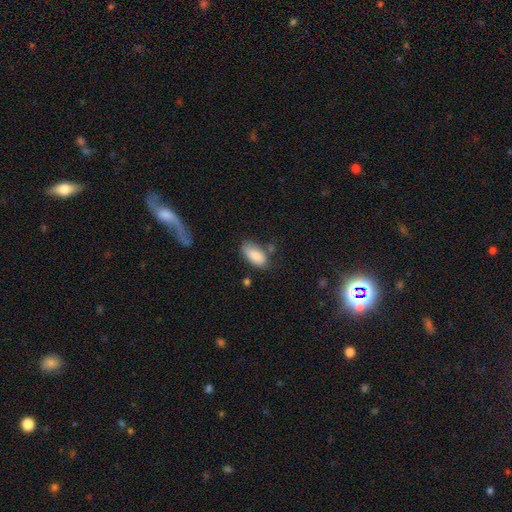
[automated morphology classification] The model was most divided on "merging": none: 61%, minor disturbance: 26%, merger: 7%, major disturbance: 7%. More confident: how rounded — in between (93%); smooth or featured — smooth (85%).